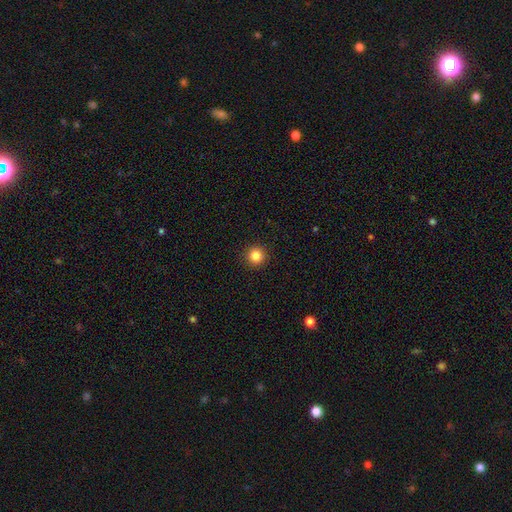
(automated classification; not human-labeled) Overall: smooth (84%). How rounded: round (95%). Merging: none (93%).